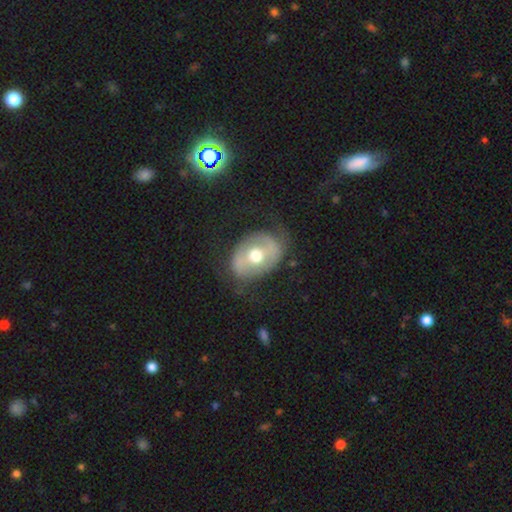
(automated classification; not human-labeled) A featured or disk galaxy (60%) with no bar (53%), no spiral arms (65%) and a moderate central bulge (73%).

Vote fractions:
- Smooth or featured? featured or disk: 60% / smooth: 34% / star or artifact: 6%
- Edge-on disk? no: 94% / yes: 6%
- Bar? no: 53% / weak: 26% / strong: 21%
- Spiral arms? no: 65% / yes: 35%
- Bulge size? moderate: 73% / large: 18% / small: 6% / dominant: 2% / none: 1%
- Merging? none: 66% / minor disturbance: 19% / major disturbance: 14% / merger: 2%